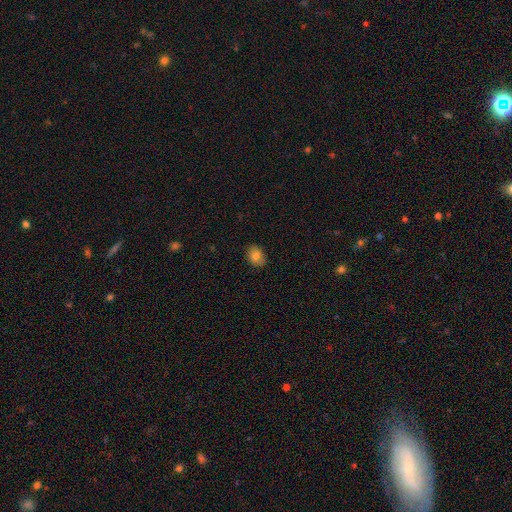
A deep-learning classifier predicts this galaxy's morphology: This appears to be a smooth galaxy with no disk features (81%) that is in between round and cigar-shaped (68%). Merging: none (83%).